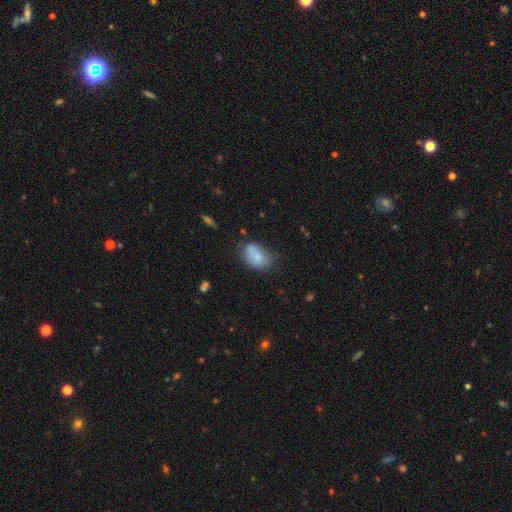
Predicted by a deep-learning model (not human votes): smooth-or-featured: smooth: 74% | featured or disk: 16% | star or artifact: 9%
  how-rounded: in between: 81% | round: 17% | cigar-shaped: 2%
  merging: none: 45% | minor disturbance: 27% | merger: 18% | major disturbance: 10%